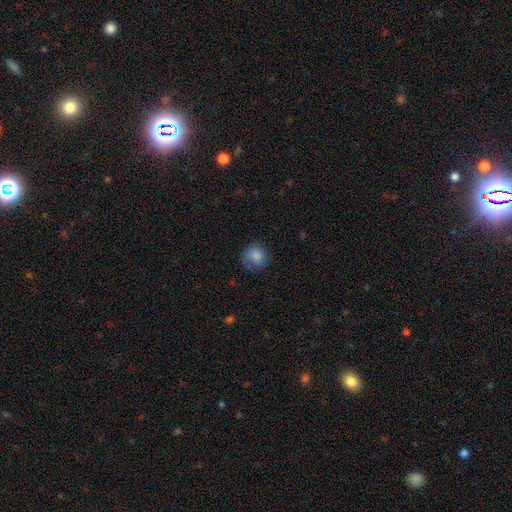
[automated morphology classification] smooth-or-featured: smooth: 82% | featured or disk: 10% | star or artifact: 8%
  how-rounded: round: 86% | in between: 13% | cigar-shaped: 1%
  merging: none: 66% | minor disturbance: 23% | major disturbance: 10% | merger: 1%